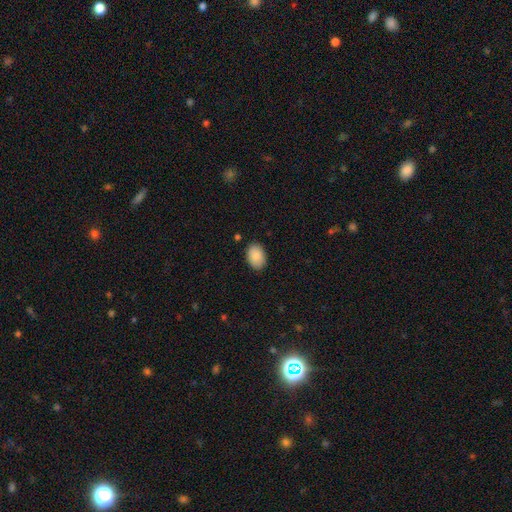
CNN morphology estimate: smooth-or-featured: smooth: 89% | star or artifact: 7% | featured or disk: 5%
  how-rounded: in between: 86% | round: 13% | cigar-shaped: 1%
  merging: none: 87% | minor disturbance: 10% | major disturbance: 2% | merger: 1%